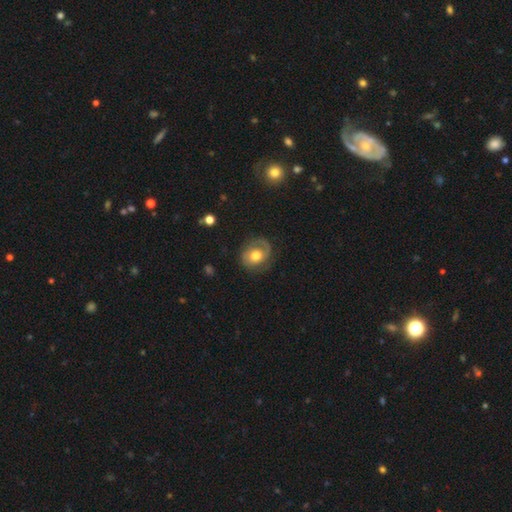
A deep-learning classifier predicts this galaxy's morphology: type=featured or disk (56%); edge-on=no (97%); bar=no (76%); spiral arms=yes (78%); bulge=moderate (70%); merging=none (70%).